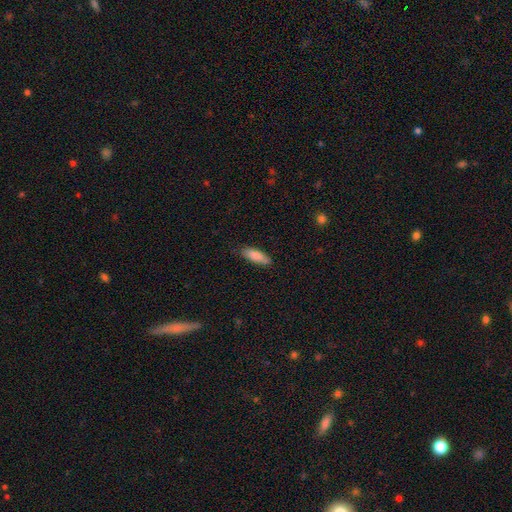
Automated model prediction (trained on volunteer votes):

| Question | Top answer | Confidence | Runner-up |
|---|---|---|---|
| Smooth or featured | smooth | 85% | featured or disk (10%) |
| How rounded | in between | 57% | cigar-shaped (41%) |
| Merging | none | 79% | minor disturbance (17%) |